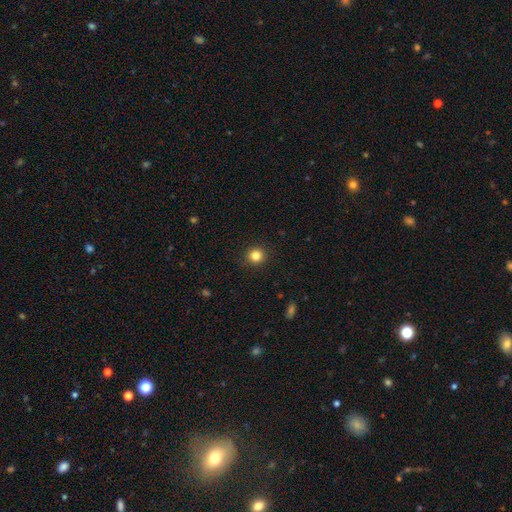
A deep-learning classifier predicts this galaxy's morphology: This appears to be a smooth galaxy with no disk features (84%) that is round (93%). Merging: none (92%).